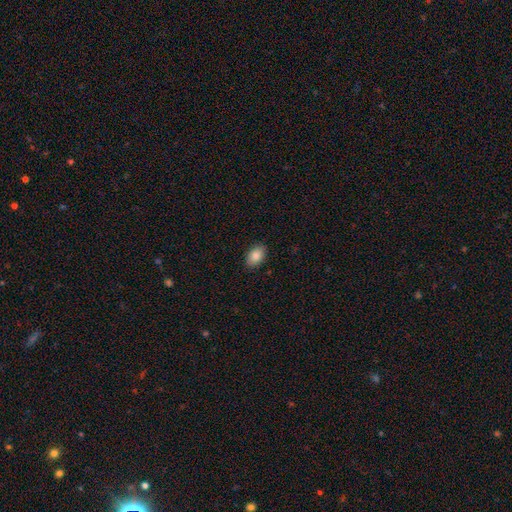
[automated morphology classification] smooth_or_featured: smooth (p=0.87) [alt: star or artifact p=0.08]
how_rounded: in between (p=0.89) [alt: round p=0.10]
merging: none (p=0.88) [alt: minor disturbance p=0.09]